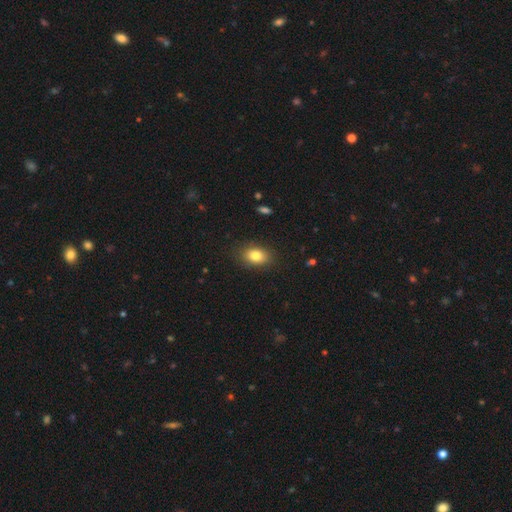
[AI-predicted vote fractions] Smooth or featured? smooth (81%)
How rounded? in between (77%)
Merging? none (86%)